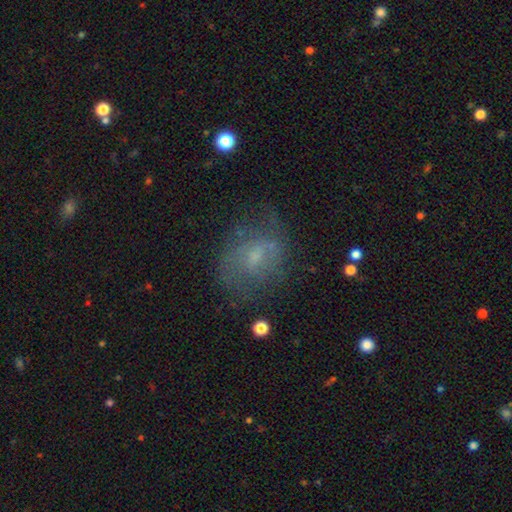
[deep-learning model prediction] Smooth or featured?
  - smooth: 44% *
  - featured or disk: 42%
  - star or artifact: 14%
Merging?
  - none: 53% *
  - minor disturbance: 24%
  - major disturbance: 20%
  - merger: 2%